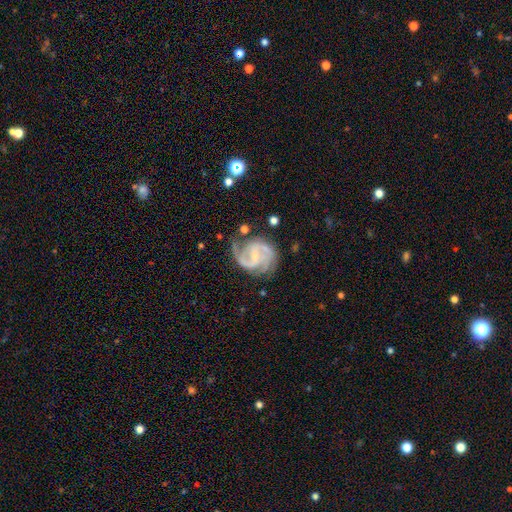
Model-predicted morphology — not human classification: Smooth or featured? Predicted: featured or disk (p=0.90). Edge-on disk? Predicted: no (p=0.98). Bar? Predicted: weak (p=0.49). Spiral arms? Predicted: yes (p=0.98). Spiral winding? Predicted: medium (p=0.54). Spiral arm count? Predicted: 2 (p=0.61). Bulge size? Predicted: small (p=0.67). Merging? Predicted: none (p=0.65).